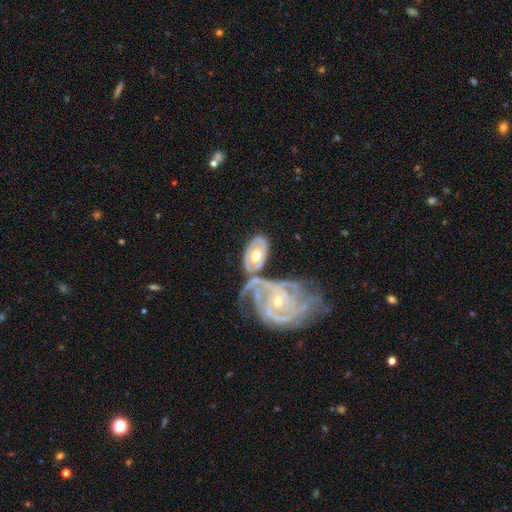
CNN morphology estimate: smooth_or_featured: featured or disk (p=0.69) [alt: smooth p=0.26]
disk_edge_on: no (p=0.92) [alt: yes p=0.08]
bar: no (p=0.74) [alt: weak p=0.18]
has_spiral_arms: yes (p=0.68) [alt: no p=0.32]
bulge_size: moderate (p=0.70) [alt: small p=0.14]
merging: none (p=0.36) [alt: merger p=0.35]